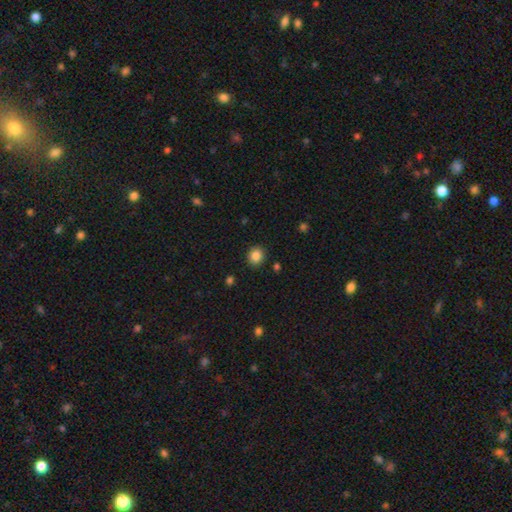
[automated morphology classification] Smooth or featured: smooth — 86% (star or artifact — 10%)
How rounded: round — 82% (in between — 18%)
Merging: none — 90% (minor disturbance — 7%)